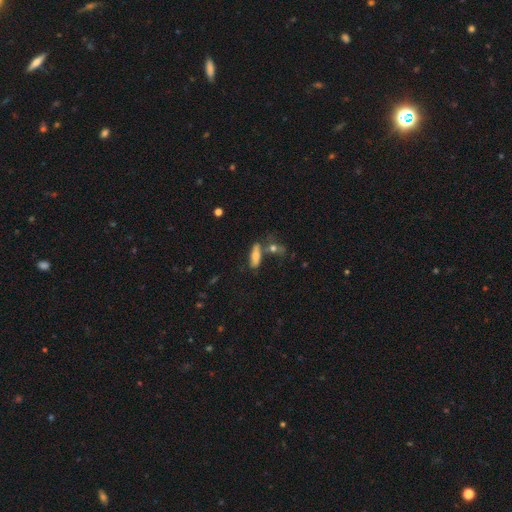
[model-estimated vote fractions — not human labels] Smooth or featured?
  - smooth: 66% *
  - featured or disk: 25%
  - star or artifact: 9%
How rounded?
  - in between: 51% *
  - cigar-shaped: 46%
  - round: 3%
Merging?
  - none: 52% *
  - merger: 22%
  - minor disturbance: 18%
  - major disturbance: 8%